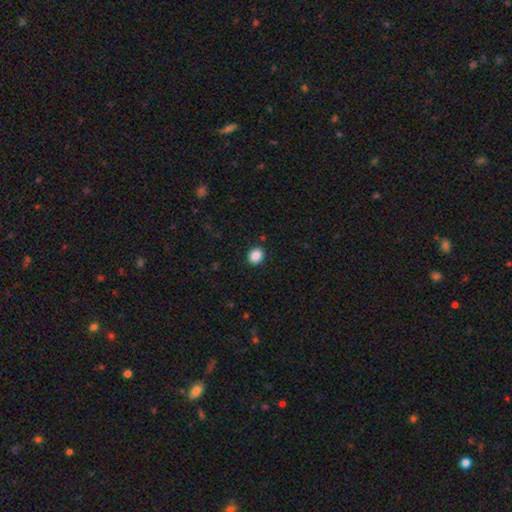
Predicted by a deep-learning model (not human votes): Smooth or featured?
  - smooth: 87% *
  - star or artifact: 9%
  - featured or disk: 4%
How rounded?
  - round: 65% *
  - in between: 34%
  - cigar-shaped: 1%
Merging?
  - none: 90% *
  - minor disturbance: 7%
  - major disturbance: 2%
  - merger: 1%